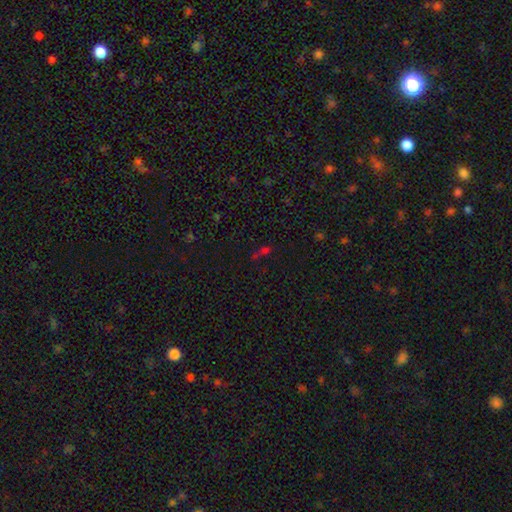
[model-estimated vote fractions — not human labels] Morphology: type=star or artifact (55%).